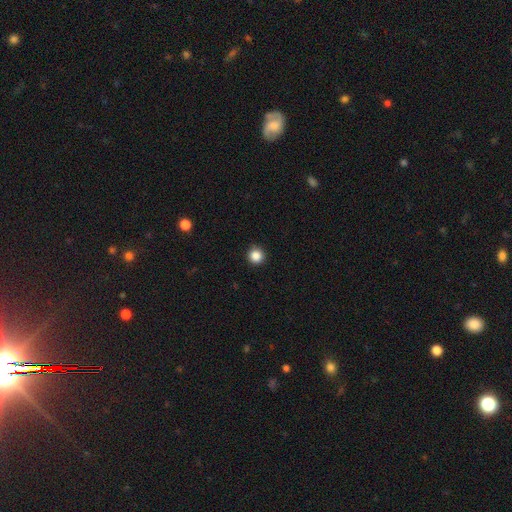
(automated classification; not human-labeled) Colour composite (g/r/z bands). It shows a smooth galaxy with no disk features (86%) that is round (95%). Merging: none (92%).